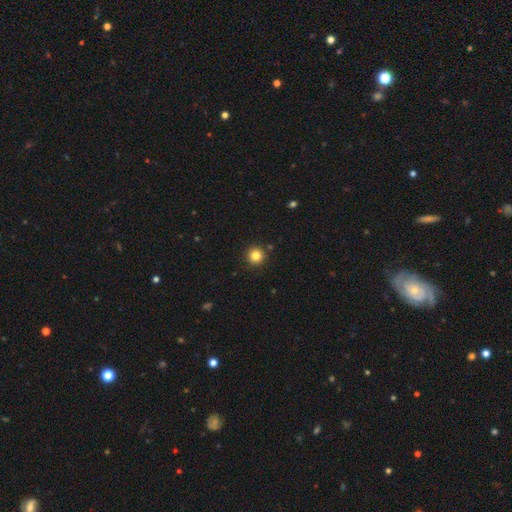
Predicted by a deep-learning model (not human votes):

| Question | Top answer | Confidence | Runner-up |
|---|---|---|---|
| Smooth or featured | smooth | 83% | star or artifact (12%) |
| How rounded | round | 96% | in between (3%) |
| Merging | none | 91% | minor disturbance (5%) |